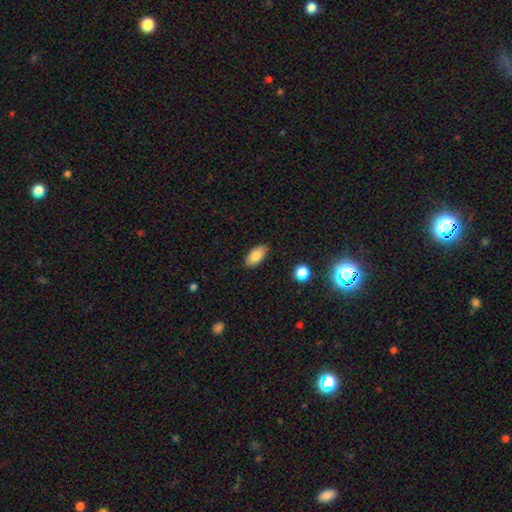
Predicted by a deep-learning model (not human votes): smooth-or-featured: smooth: 83% | featured or disk: 9% | star or artifact: 8%
  how-rounded: in between: 93% | cigar-shaped: 4% | round: 3%
  merging: none: 86% | minor disturbance: 10% | major disturbance: 2% | merger: 1%